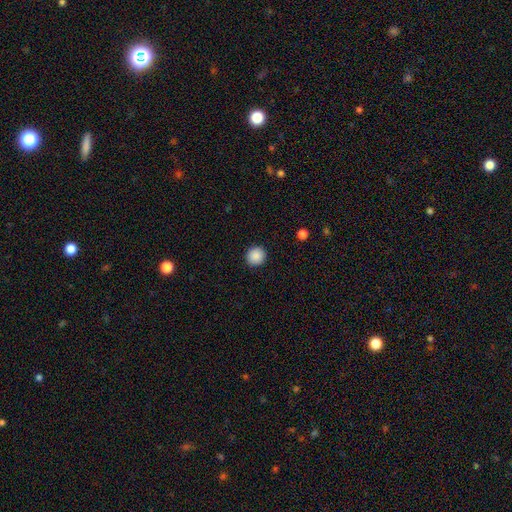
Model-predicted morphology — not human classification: A smooth galaxy with no disk features (89%) that is round (92%). Merging: none (91%).